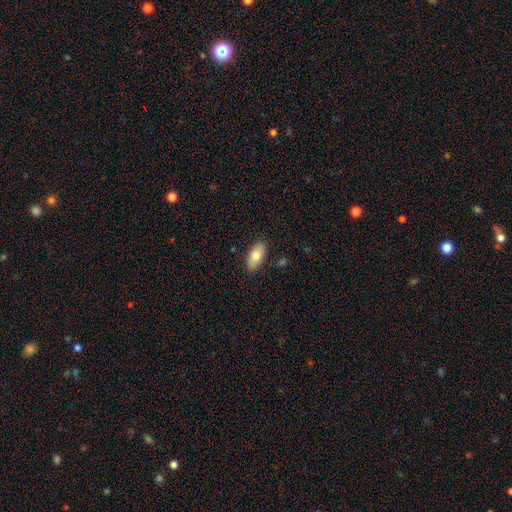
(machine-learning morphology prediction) Overall: smooth (75%). How rounded: in between (90%). Merging: none (87%).